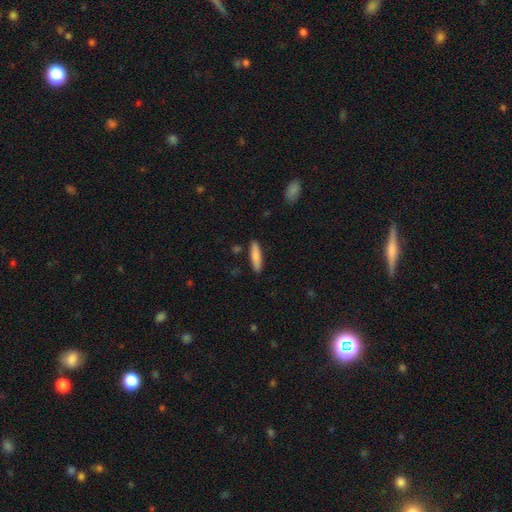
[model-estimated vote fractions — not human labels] Smooth or featured?
  - smooth: 82% *
  - featured or disk: 12%
  - star or artifact: 6%
How rounded?
  - cigar-shaped: 80% *
  - in between: 19%
  - round: 1%
Merging?
  - none: 88% *
  - minor disturbance: 8%
  - merger: 2%
  - major disturbance: 2%